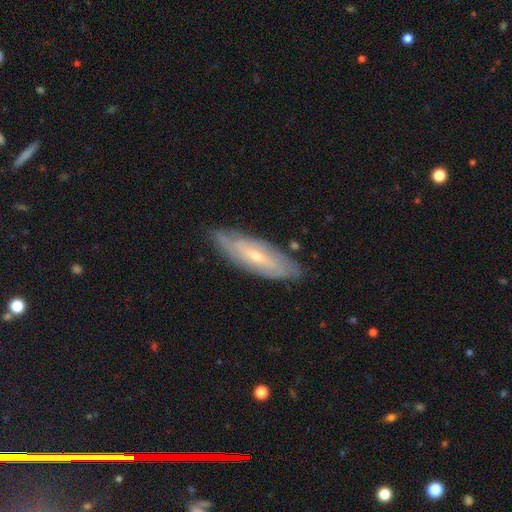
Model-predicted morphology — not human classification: A featured or disk galaxy (71%) with no bar (44%), spiral arms (84%) and a small central bulge (69%). Merging: none (79%).